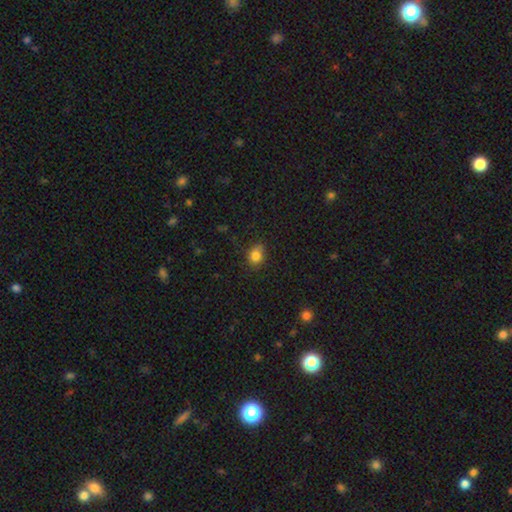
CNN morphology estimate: smooth-or-featured: smooth: 84% | star or artifact: 11% | featured or disk: 6%
  how-rounded: in between: 52% | round: 47% | cigar-shaped: 1%
  merging: none: 79% | minor disturbance: 16% | major disturbance: 3% | merger: 1%